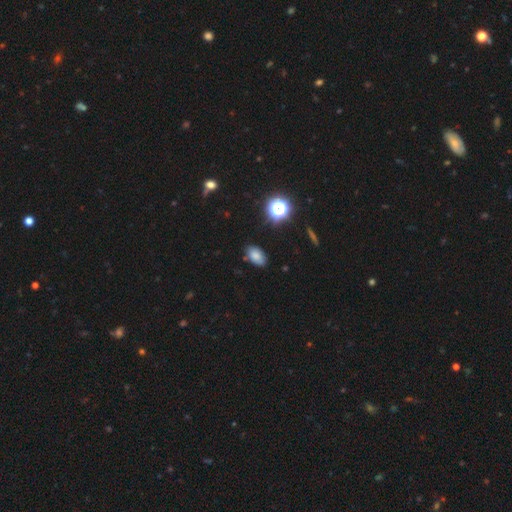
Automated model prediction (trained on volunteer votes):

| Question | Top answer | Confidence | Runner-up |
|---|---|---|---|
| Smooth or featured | smooth | 78% | star or artifact (14%) |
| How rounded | in between | 90% | round (9%) |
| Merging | none | 81% | minor disturbance (15%) |